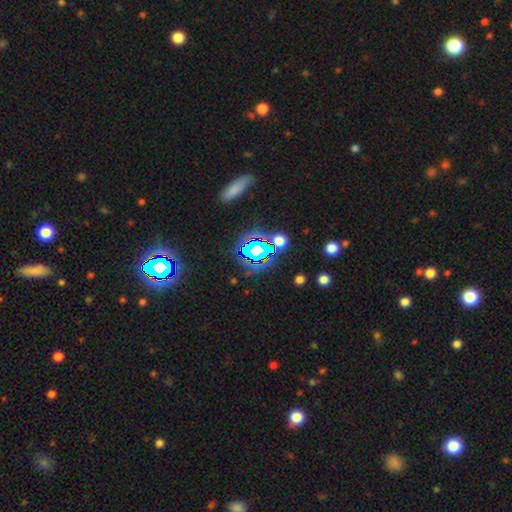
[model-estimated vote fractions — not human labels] Smooth or featured: star or artifact — 66% (smooth — 21%)